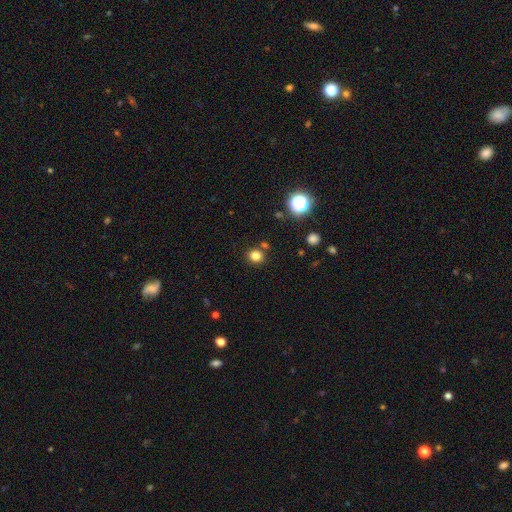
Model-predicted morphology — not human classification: Smooth or featured? smooth (80%)
How rounded? round (78%)
Merging? none (81%)